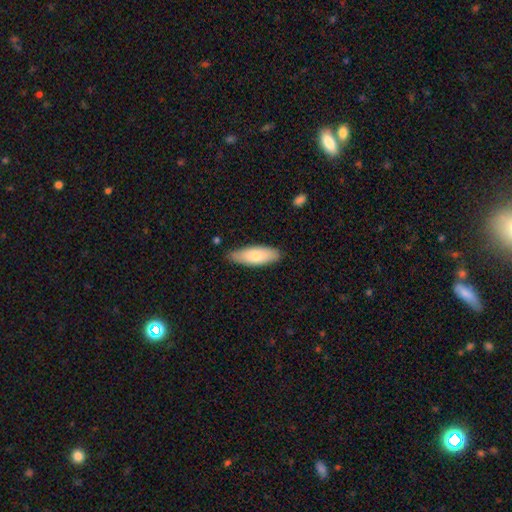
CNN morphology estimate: Smooth or featured? Predicted: smooth (p=0.73). How rounded? Predicted: in between (p=0.69). Merging? Predicted: none (p=0.81).